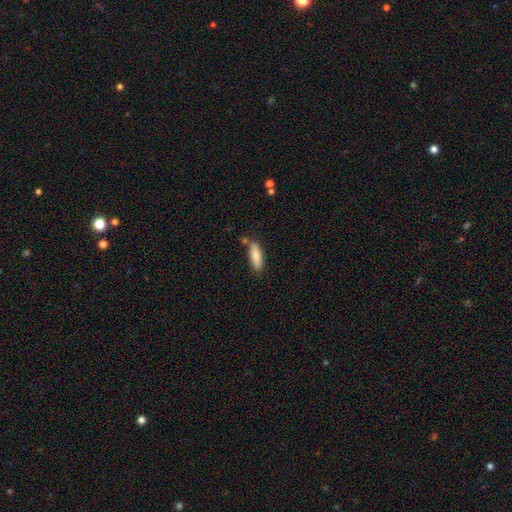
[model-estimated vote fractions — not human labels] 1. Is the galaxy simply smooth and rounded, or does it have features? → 83% smooth, 11% featured or disk, 6% star or artifact.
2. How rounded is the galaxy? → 54% in between, 44% cigar-shaped, 2% round.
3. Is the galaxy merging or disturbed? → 76% none, 14% minor disturbance, 7% merger, 3% major disturbance.